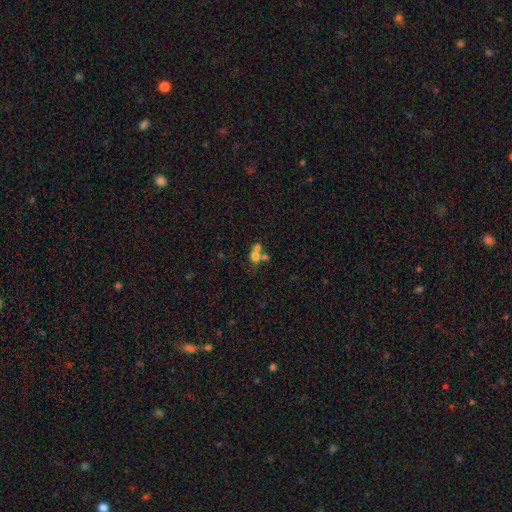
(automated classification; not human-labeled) This appears to be a smooth galaxy with no disk features (64%) that is round (54%). Merging: merger (63%).